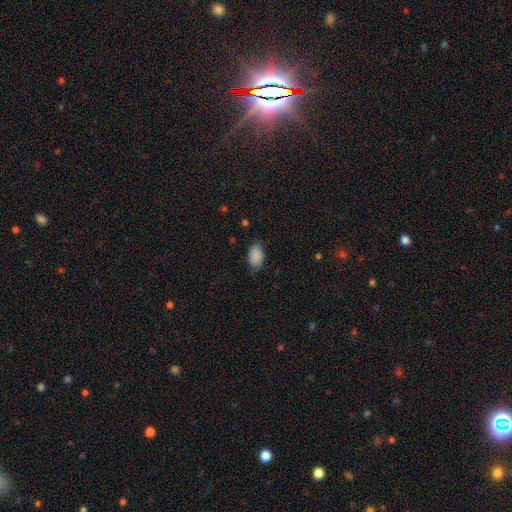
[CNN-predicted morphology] Q: Smooth or featured?
A: smooth (89%); runner-up: star or artifact (7%)
Q: How rounded?
A: in between (91%); runner-up: round (8%)
Q: Merging?
A: none (77%); runner-up: minor disturbance (18%)